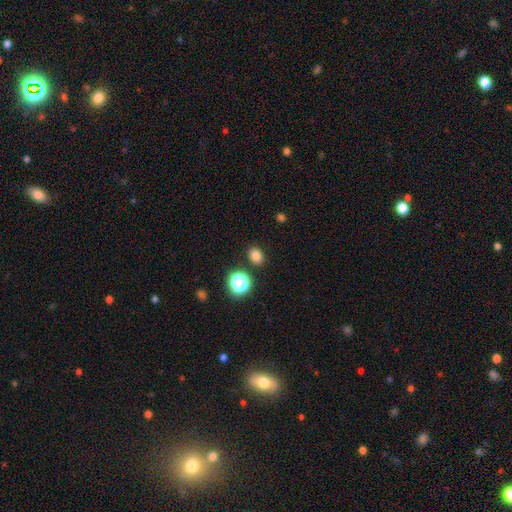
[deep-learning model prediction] Smooth or featured: smooth — 79% (star or artifact — 16%)
How rounded: in between — 55% (round — 44%)
Merging: none — 85% (minor disturbance — 8%)